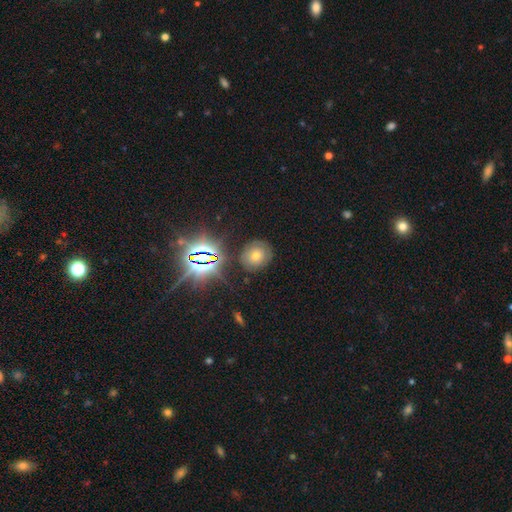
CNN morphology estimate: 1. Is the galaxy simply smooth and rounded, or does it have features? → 41% smooth, 32% star or artifact, 27% featured or disk.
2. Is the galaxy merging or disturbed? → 81% none, 13% minor disturbance, 4% major disturbance, 2% merger.